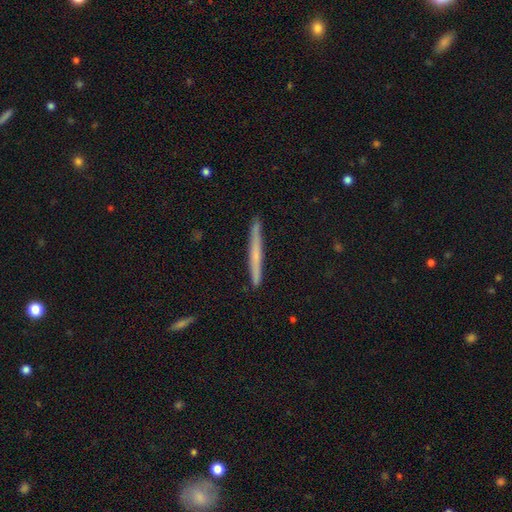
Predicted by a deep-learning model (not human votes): This appears to be a smooth galaxy with no disk features (47%). Merging: none (90%).